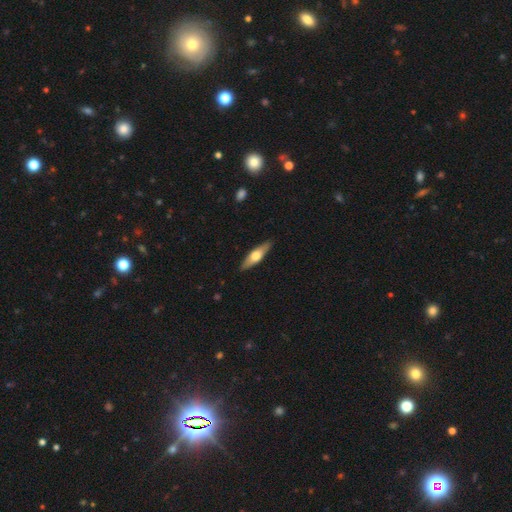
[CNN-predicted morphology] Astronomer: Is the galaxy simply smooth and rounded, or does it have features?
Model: smooth — 50% (runner-up: featured or disk, 45%).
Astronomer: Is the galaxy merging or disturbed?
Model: none — 90%.